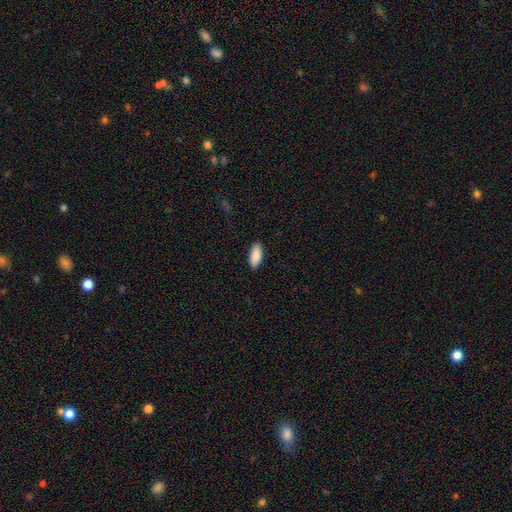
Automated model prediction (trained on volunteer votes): Smooth or featured?
  - smooth: 90% *
  - star or artifact: 6%
  - featured or disk: 5%
How rounded?
  - in between: 84% *
  - cigar-shaped: 15%
  - round: 2%
Merging?
  - none: 90% *
  - minor disturbance: 8%
  - major disturbance: 2%
  - merger: 1%